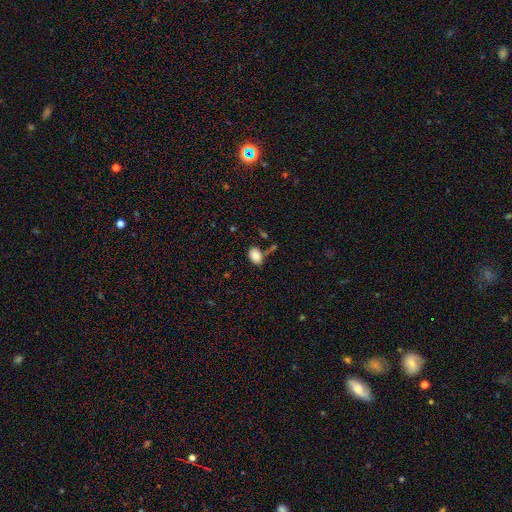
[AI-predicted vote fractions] This is clearly a smooth galaxy (85%). How rounded: clearly in between (88%). Merging: likely none (62%).